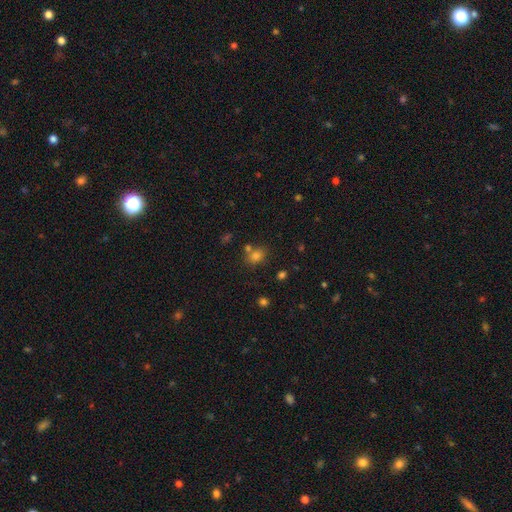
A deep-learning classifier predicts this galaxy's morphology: smooth 75%, star or artifact 18%, featured or disk 7%. Down the decision tree: how rounded — round (61%); merging — none (66%).